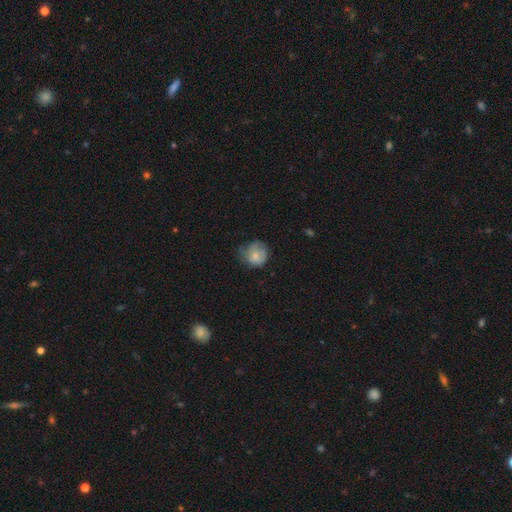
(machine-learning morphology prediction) Smooth or featured: smooth — 63% (featured or disk — 28%)
How rounded: round — 81% (in between — 19%)
Merging: none — 49% (minor disturbance — 33%)